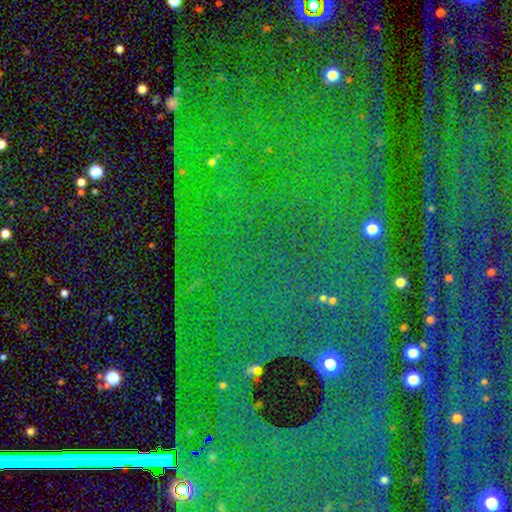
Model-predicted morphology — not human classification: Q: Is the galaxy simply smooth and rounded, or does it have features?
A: star or artifact — 86%.